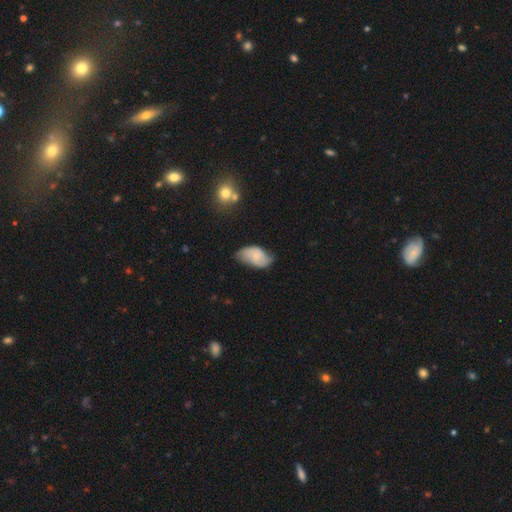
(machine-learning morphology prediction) The model was most divided on "merging": none: 43%, minor disturbance: 42%, major disturbance: 12%, merger: 3%. More confident: how rounded — in between (93%); smooth or featured — smooth (54%).